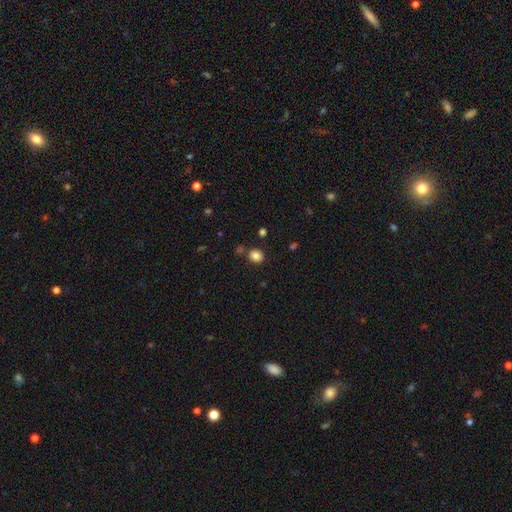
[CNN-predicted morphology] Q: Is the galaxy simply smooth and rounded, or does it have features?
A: smooth — 84%.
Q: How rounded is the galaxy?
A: round — 71%.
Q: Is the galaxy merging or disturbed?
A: none — 81%.